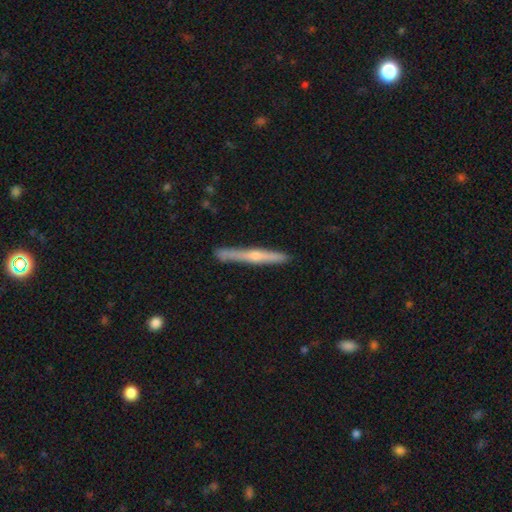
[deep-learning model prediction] Q: Smooth or featured?
A: featured or disk (68%); runner-up: smooth (26%)
Q: Edge-on disk?
A: yes (97%); runner-up: no (3%)
Q: Edge-on bulge?
A: rounded (80%); runner-up: none (15%)
Q: Merging?
A: none (89%); runner-up: minor disturbance (8%)